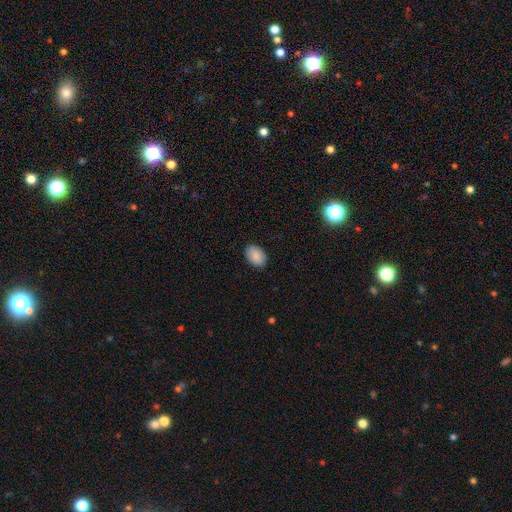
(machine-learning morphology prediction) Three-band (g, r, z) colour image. It shows a smooth galaxy with no disk features (88%) that is in between round and cigar-shaped (85%). Merging: none (89%).